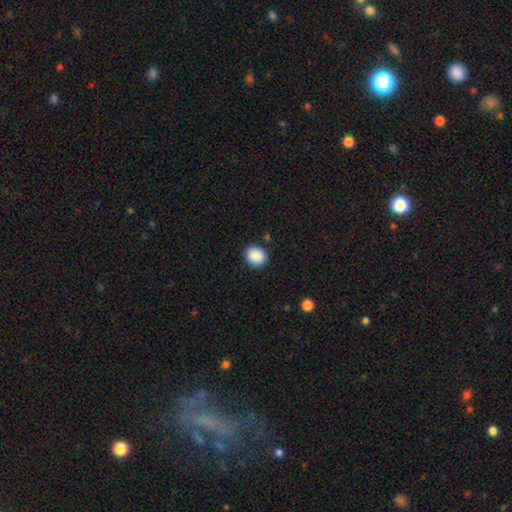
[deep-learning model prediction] smooth_or_featured: smooth (p=0.89) [alt: star or artifact p=0.08]
how_rounded: round (p=0.80) [alt: in between p=0.19]
merging: none (p=0.89) [alt: minor disturbance p=0.07]